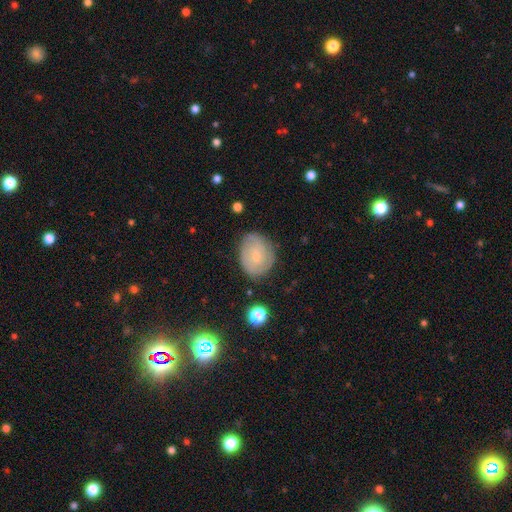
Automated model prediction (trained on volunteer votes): Overall: featured or disk (64%; smooth 28%). Edge-on disk: no (97%). Bar: no (68%). Spiral arms: yes (86%). Spiral arm count: can't tell (38%; 2 34%). Spiral winding: tight (67%). Bulge size: small (75%). Merging: none (76%).